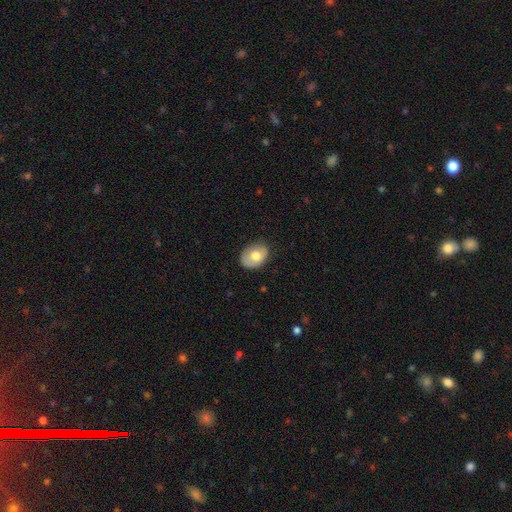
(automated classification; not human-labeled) Smooth or featured: smooth — 68% (featured or disk — 25%)
How rounded: in between — 65% (round — 34%)
Merging: none — 75% (minor disturbance — 20%)